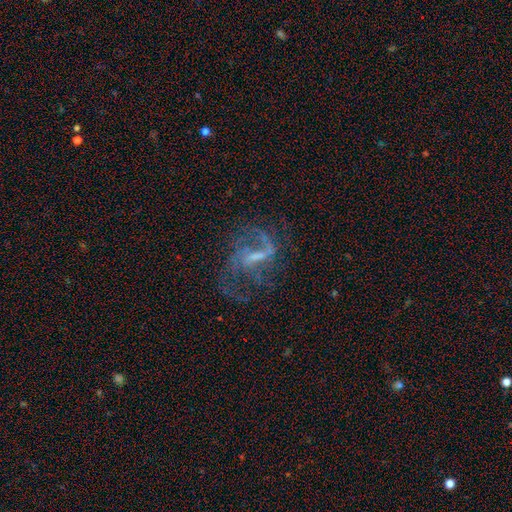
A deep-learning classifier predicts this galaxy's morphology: Overall: featured or disk (77%). Edge-on disk: no (96%). Bar: weak (47%; strong 32%). Spiral arms: yes (84%). Spiral arm count: 2 (52%; can't tell 19%). Spiral winding: loose (54%; medium 36%). Bulge size: small (41%; none 30%). Merging: none (49%; major disturbance 31%).